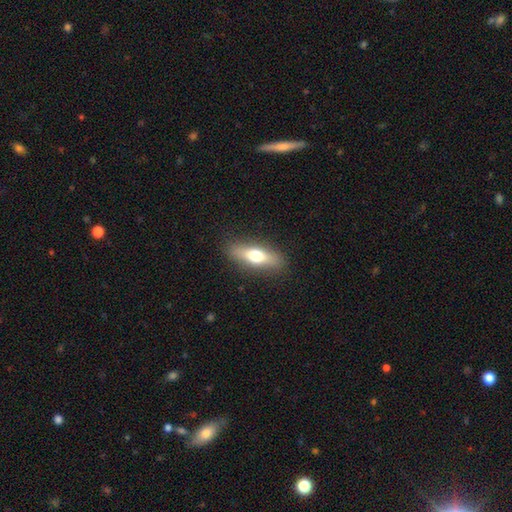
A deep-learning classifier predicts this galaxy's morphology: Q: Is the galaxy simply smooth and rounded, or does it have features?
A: smooth — 63%.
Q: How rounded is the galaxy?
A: in between — 49%.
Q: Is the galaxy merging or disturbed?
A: none — 88%.